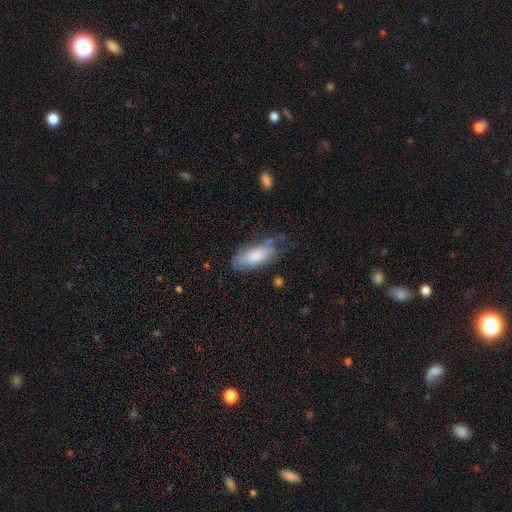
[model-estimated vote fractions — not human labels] This is likely a smooth galaxy (78%). How rounded: clearly in between (84%). Merging: possibly none (54%).